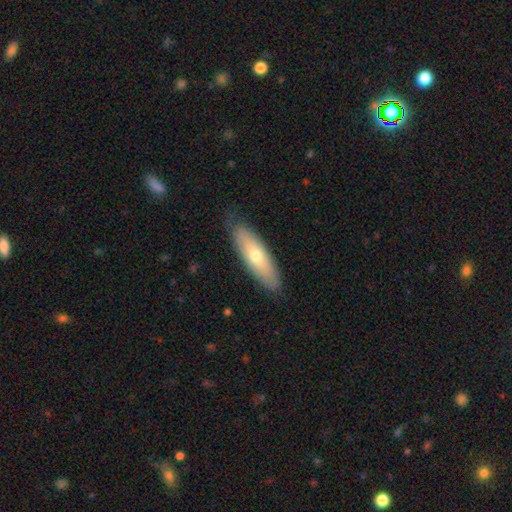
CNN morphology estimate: Smooth or featured? Predicted: smooth (p=0.63). How rounded? Predicted: cigar-shaped (p=0.49, tied with in between). Merging? Predicted: none (p=0.83).